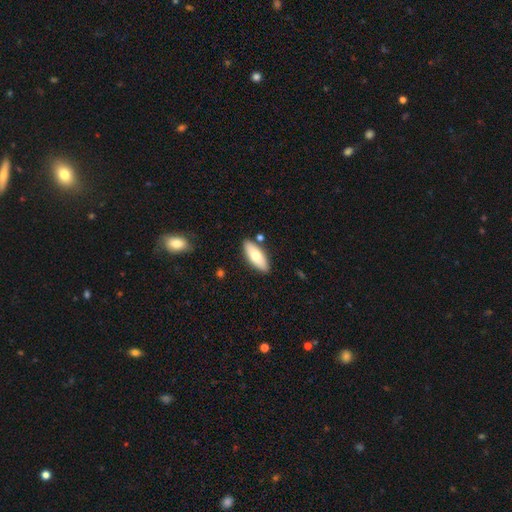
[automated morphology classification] A smooth galaxy with no disk features (72%) that is in between round and cigar-shaped (72%). Merging: none (85%).